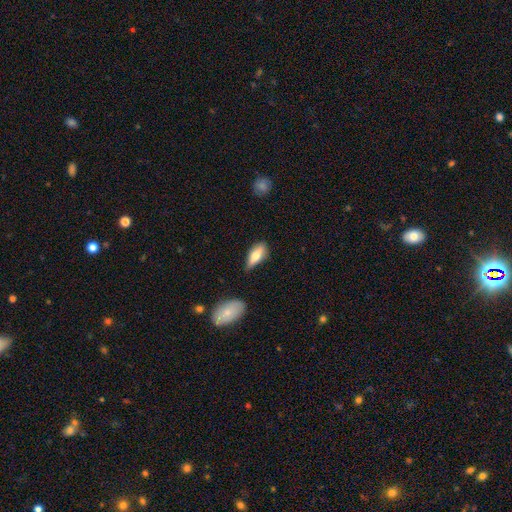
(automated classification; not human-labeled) Smooth or featured? Predicted: smooth (p=0.70). How rounded? Predicted: in between (p=0.68). Merging? Predicted: none (p=0.72).